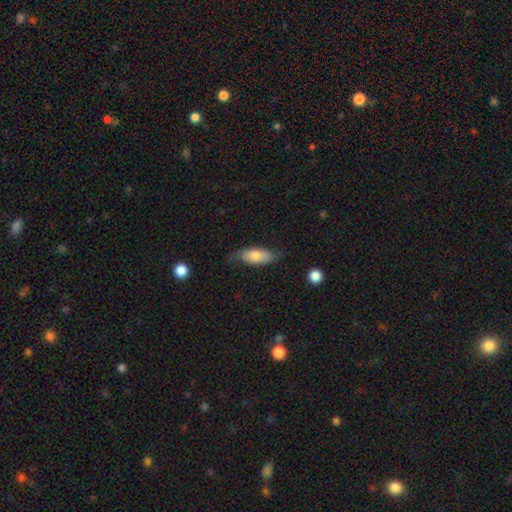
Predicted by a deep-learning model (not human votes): Smooth or featured: smooth — 76% (featured or disk — 18%)
How rounded: in between — 83% (cigar-shaped — 15%)
Merging: none — 66% (minor disturbance — 26%)